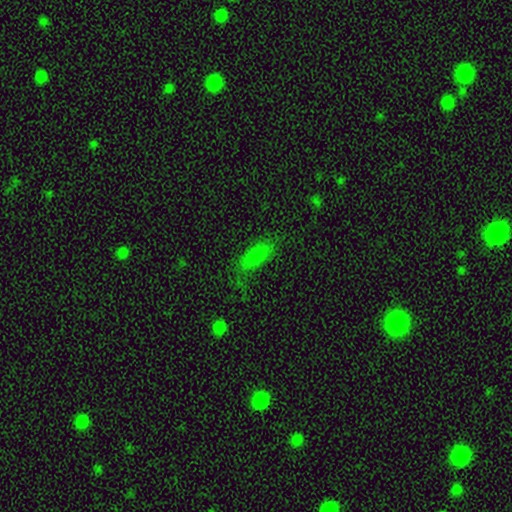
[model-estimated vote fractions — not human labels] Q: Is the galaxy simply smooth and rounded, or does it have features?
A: smooth — 79%.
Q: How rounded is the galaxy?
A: in between — 73%.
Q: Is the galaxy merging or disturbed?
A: none — 67%.